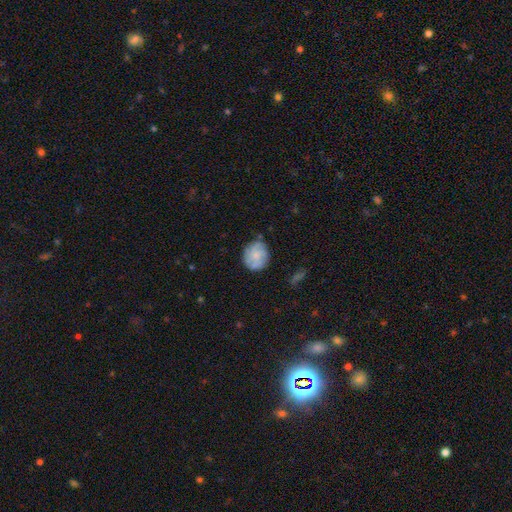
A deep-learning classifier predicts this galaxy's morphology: smooth 48%, featured or disk 44%, star or artifact 7%. Down the decision tree: merging — none (76%).